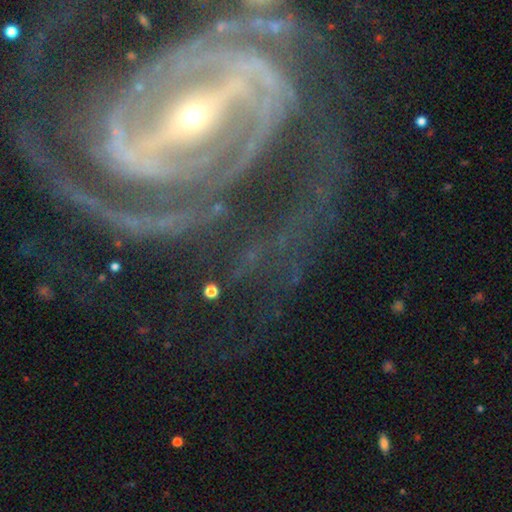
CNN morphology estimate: The model was most divided on "spiral winding": tight: 51%, medium: 38%, loose: 11%. Remaining: edge-on disk — no (95%); spiral arms — yes (95%); smooth or featured — featured or disk (88%); bulge size — small (76%); bar — strong (68%); merging — none (63%); spiral arm count — 2 (44%).